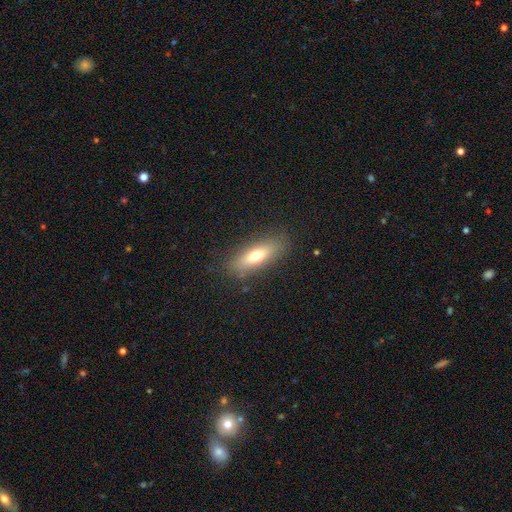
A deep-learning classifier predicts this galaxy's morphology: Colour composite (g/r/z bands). It shows a smooth galaxy with no disk features (66%) that is in between round and cigar-shaped (56%). Merging: none (84%).